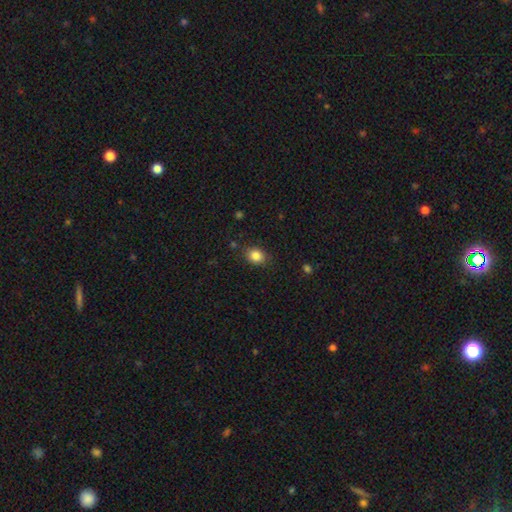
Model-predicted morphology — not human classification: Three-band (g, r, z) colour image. It shows a smooth galaxy with no disk features (85%) that is in between round and cigar-shaped (55%). Merging: none (84%).